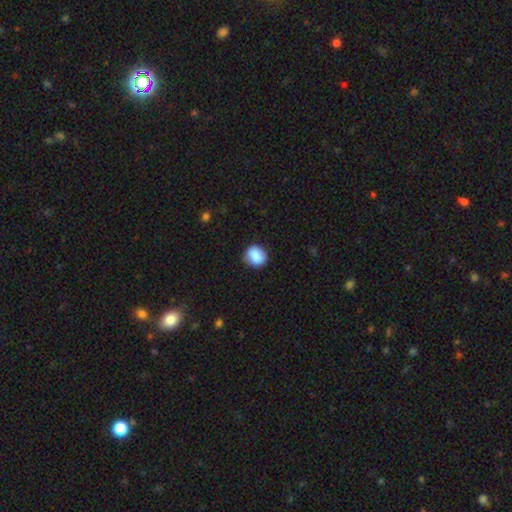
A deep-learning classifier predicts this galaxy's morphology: A smooth galaxy with no disk features (87%) that is round (73%).

Vote fractions:
- Smooth or featured? smooth: 87% / star or artifact: 8% / featured or disk: 5%
- How rounded? round: 73% / in between: 26% / cigar-shaped: 1%
- Merging? none: 82% / minor disturbance: 13% / major disturbance: 3% / merger: 1%